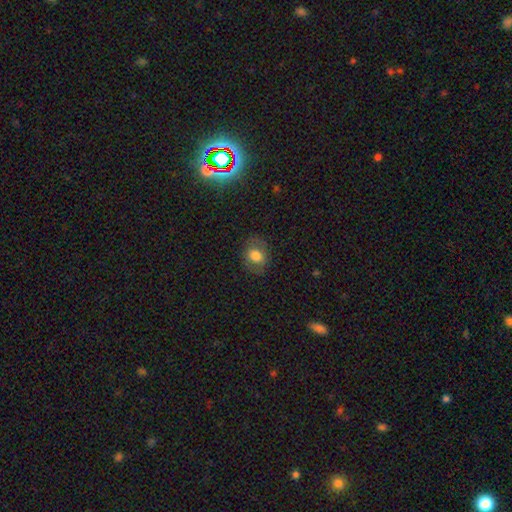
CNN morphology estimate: Smooth or featured: smooth — 71% (featured or disk — 19%)
How rounded: in between — 55% (round — 44%)
Merging: none — 79% (minor disturbance — 14%)